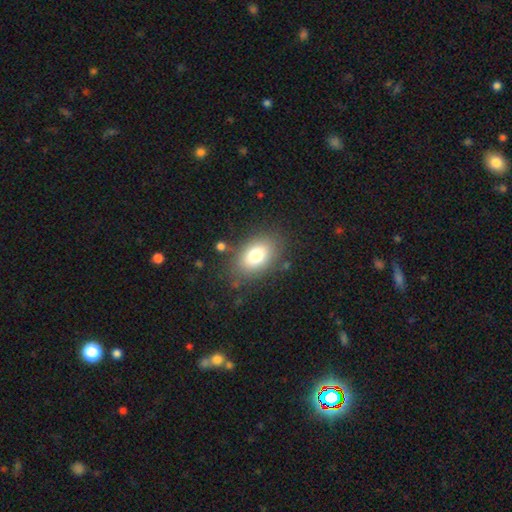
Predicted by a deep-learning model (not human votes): smooth 78%, featured or disk 13%, star or artifact 9%. Down the decision tree: how rounded — in between (83%); merging — none (79%).